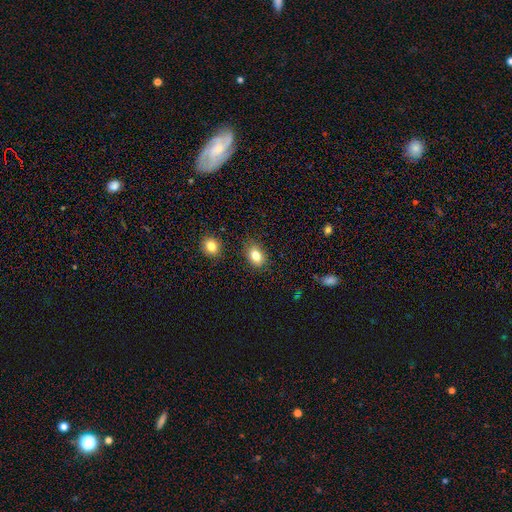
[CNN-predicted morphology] Smooth or featured? smooth (81%)
How rounded? in between (73%)
Merging? none (83%)